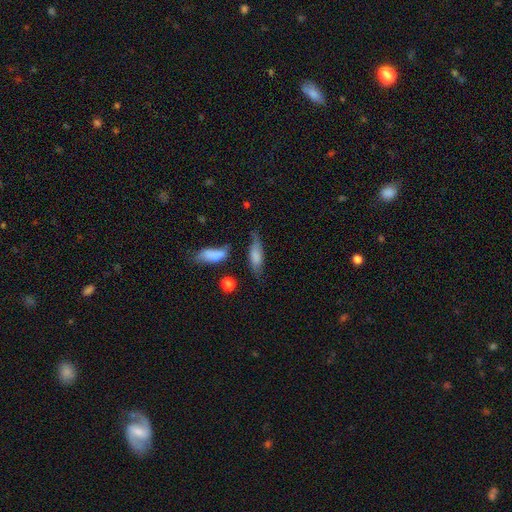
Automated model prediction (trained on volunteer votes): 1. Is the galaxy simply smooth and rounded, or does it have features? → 65% smooth, 27% featured or disk, 8% star or artifact.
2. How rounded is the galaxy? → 62% in between, 34% cigar-shaped, 4% round.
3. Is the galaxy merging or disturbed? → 50% none, 28% minor disturbance, 13% major disturbance, 9% merger.